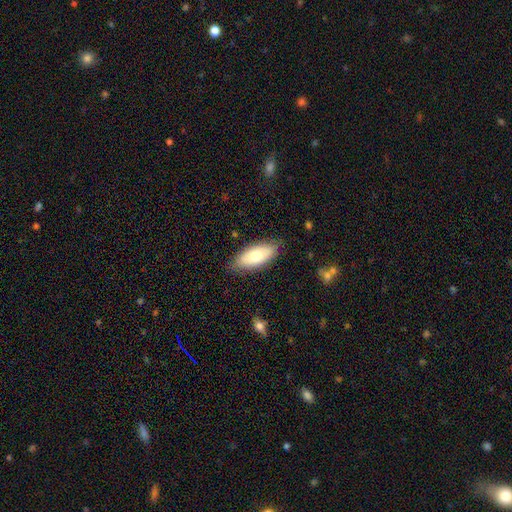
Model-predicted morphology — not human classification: smooth-or-featured: smooth: 72% | featured or disk: 22% | star or artifact: 6%
  how-rounded: in between: 83% | cigar-shaped: 15% | round: 2%
  merging: none: 81% | minor disturbance: 15% | major disturbance: 3% | merger: 1%